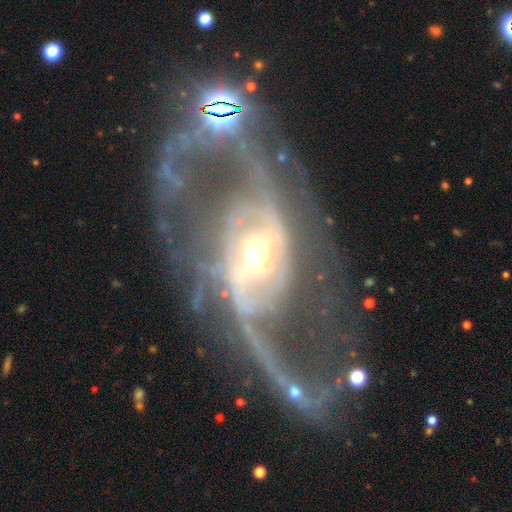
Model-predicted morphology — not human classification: The model was most divided on "bar": no: 36%, weak: 32%, strong: 32%. Remaining: edge-on disk — no (96%); smooth or featured — featured or disk (85%); spiral arms — yes (78%); bulge size — moderate (65%); spiral arm count — 2 (61%); merging — major disturbance (43%); spiral winding — loose (43%).